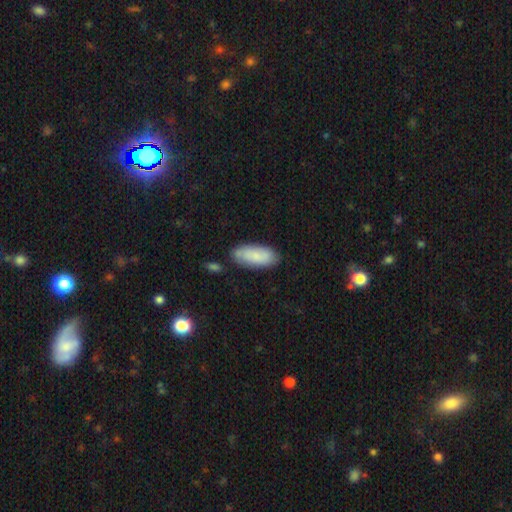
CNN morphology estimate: This is likely a smooth galaxy (80%). How rounded: clearly in between (83%). Merging: likely none (76%).